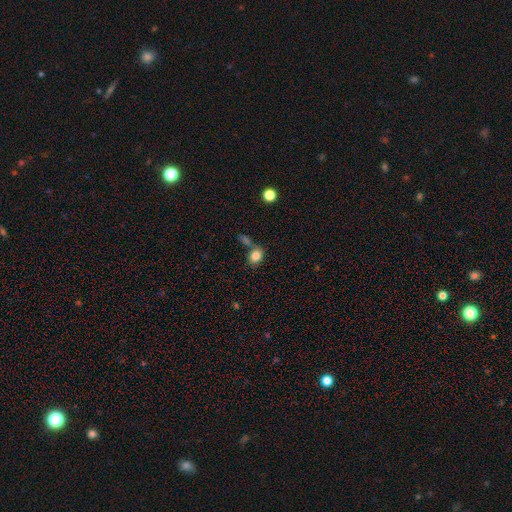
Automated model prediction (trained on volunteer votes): smooth-or-featured: smooth: 83% | star or artifact: 9% | featured or disk: 7%
  how-rounded: in between: 59% | round: 40% | cigar-shaped: 1%
  merging: none: 60% | merger: 19% | minor disturbance: 15% | major disturbance: 5%